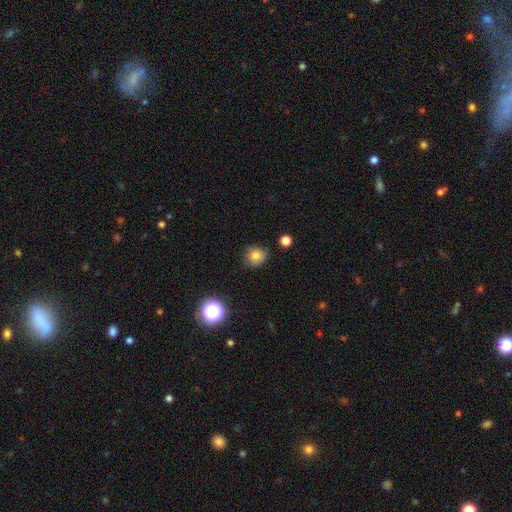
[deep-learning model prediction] A smooth galaxy with no disk features (79%) that is round (85%). Merging: none (80%).